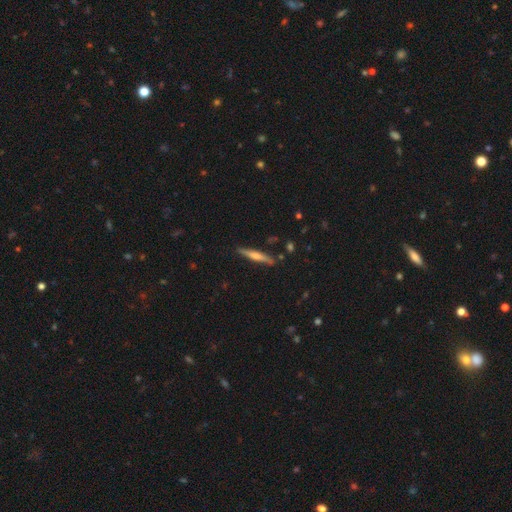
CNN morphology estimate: Smooth or featured? Predicted: featured or disk (p=0.57). Edge-on disk? Predicted: yes (p=0.97). Edge-on bulge? Predicted: rounded (p=0.77). Merging? Predicted: none (p=0.86).